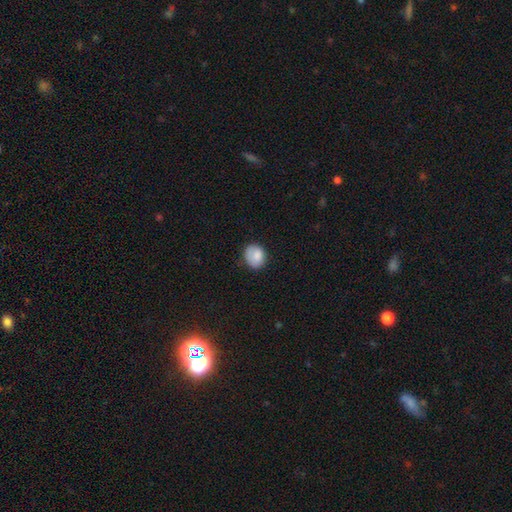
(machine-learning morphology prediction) Smooth or featured: smooth — 84% (star or artifact — 8%)
How rounded: round — 62% (in between — 37%)
Merging: none — 70% (minor disturbance — 23%)